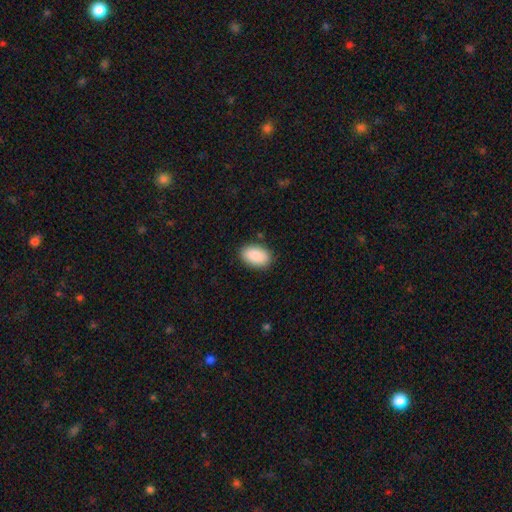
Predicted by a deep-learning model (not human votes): Smooth or featured? Predicted: smooth (p=0.89). How rounded? Predicted: in between (p=0.91). Merging? Predicted: none (p=0.87).